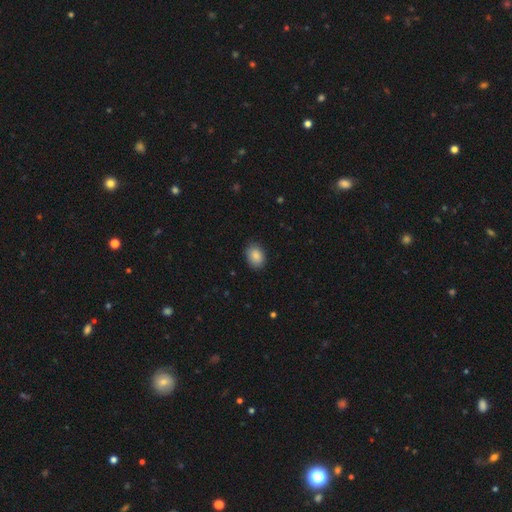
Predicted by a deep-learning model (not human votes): Overall: smooth (88%). How rounded: in between (66%; round 33%). Merging: none (85%).